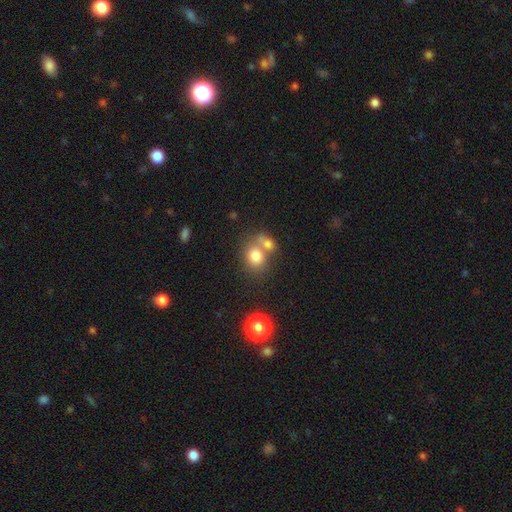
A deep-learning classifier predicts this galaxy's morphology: Smooth or featured: smooth — 77% (star or artifact — 12%)
How rounded: round — 67% (in between — 32%)
Merging: merger — 43% (tied with none — 43%)